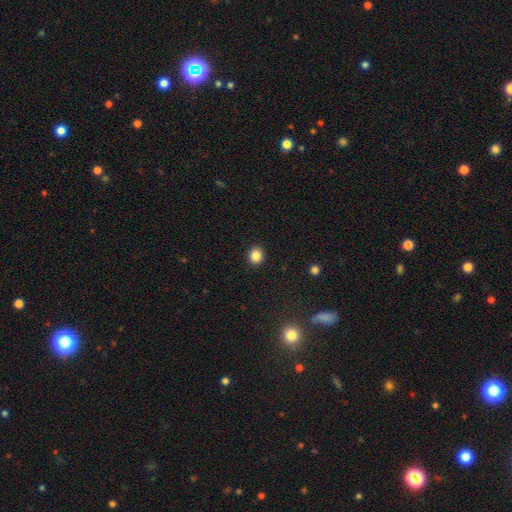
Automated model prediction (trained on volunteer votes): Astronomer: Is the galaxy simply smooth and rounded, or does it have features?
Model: smooth — 85%.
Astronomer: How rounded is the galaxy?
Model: round — 77%.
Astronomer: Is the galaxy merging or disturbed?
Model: none — 91%.